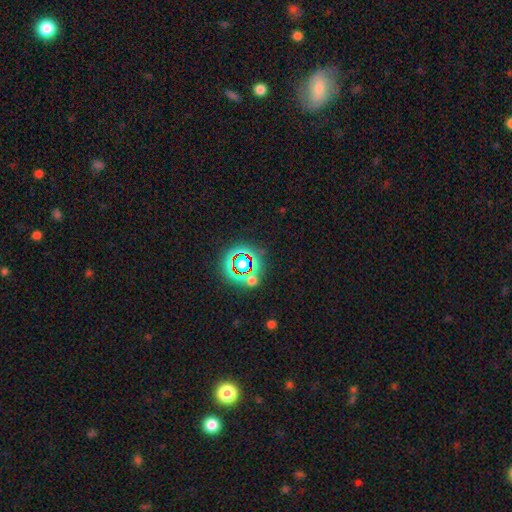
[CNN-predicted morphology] A star or artifact, not a galaxy (73%).